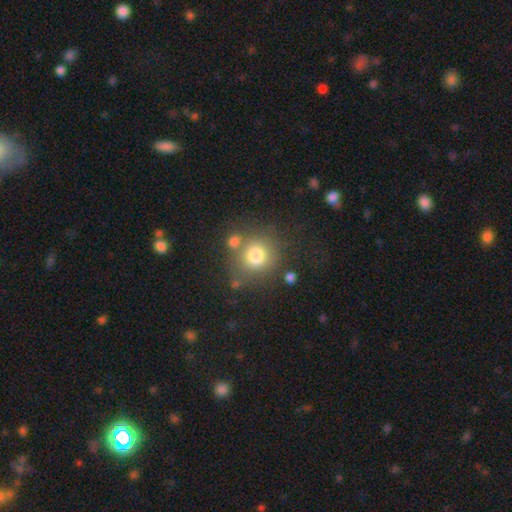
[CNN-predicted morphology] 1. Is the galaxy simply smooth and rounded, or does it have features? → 77% smooth, 12% star or artifact, 11% featured or disk.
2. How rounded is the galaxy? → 86% round, 13% in between, 1% cigar-shaped.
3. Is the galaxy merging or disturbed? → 64% none, 15% merger, 14% minor disturbance, 7% major disturbance.